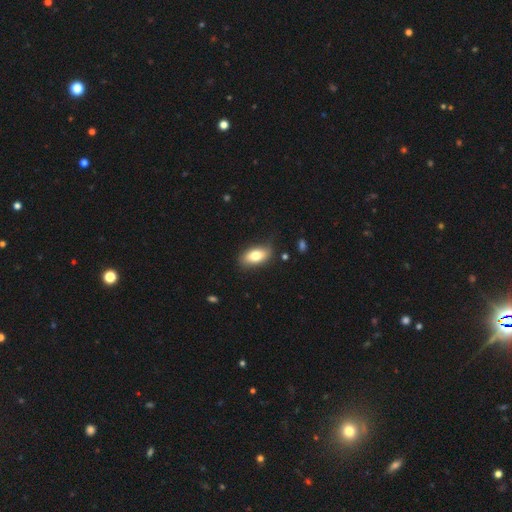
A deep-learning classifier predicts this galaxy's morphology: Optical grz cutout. It shows a smooth galaxy with no disk features (75%) that is in between round and cigar-shaped (90%). Merging: none (79%).